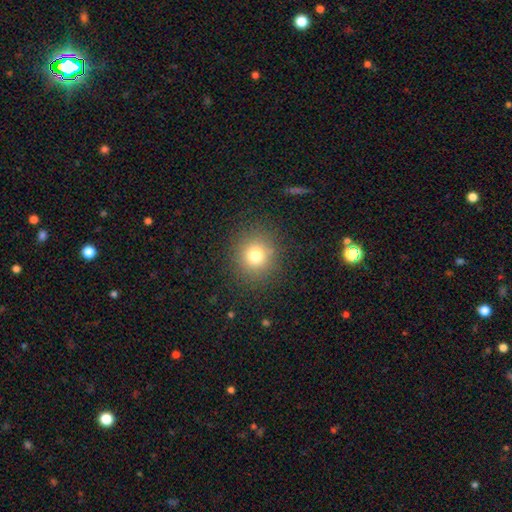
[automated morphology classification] Smooth or featured: smooth — 76% (star or artifact — 15%)
How rounded: round — 89% (in between — 10%)
Merging: none — 88% (minor disturbance — 8%)